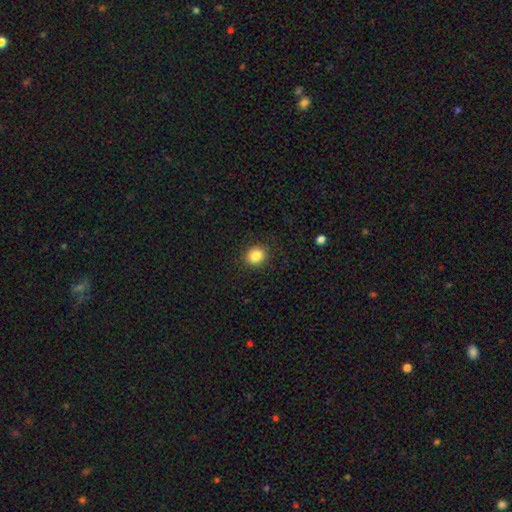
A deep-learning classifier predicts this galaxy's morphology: Overall: smooth (85%). How rounded: round (84%). Merging: none (89%).